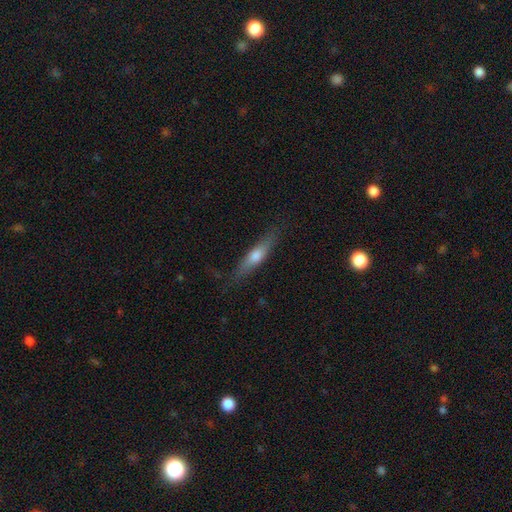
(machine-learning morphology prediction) Overall: smooth (47%; featured or disk 46%). Merging: none (81%).